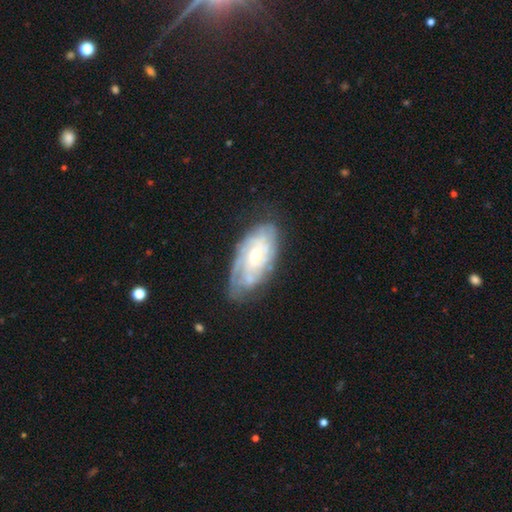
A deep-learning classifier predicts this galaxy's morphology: This appears to be a featured or disk galaxy (77%) with no bar (71%), tight (67%) spiral arms (88%) and a small central bulge (53%). Merging: none (66%).